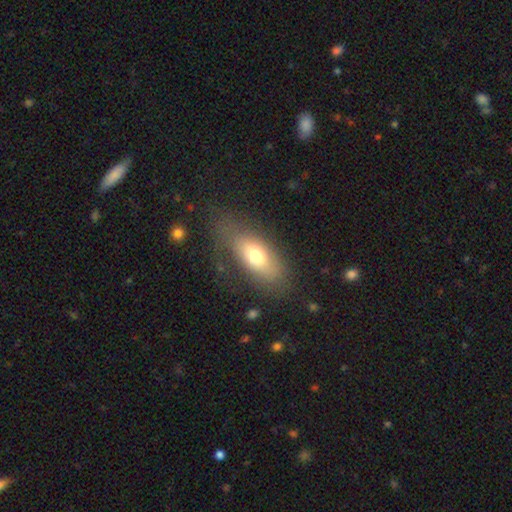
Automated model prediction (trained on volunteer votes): smooth-or-featured: smooth: 67% | featured or disk: 24% | star or artifact: 9%
  how-rounded: in between: 84% | cigar-shaped: 10% | round: 6%
  merging: none: 59% | minor disturbance: 21% | major disturbance: 18% | merger: 2%